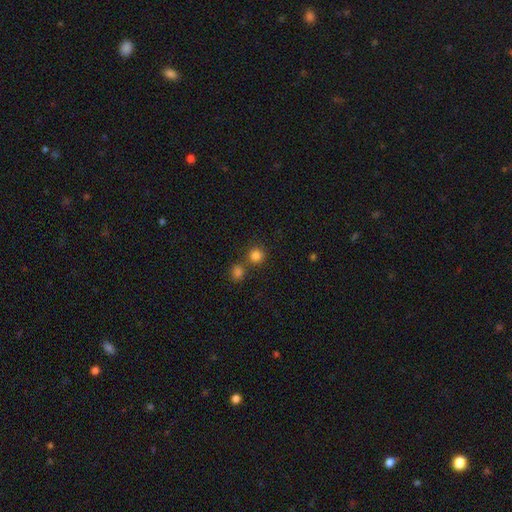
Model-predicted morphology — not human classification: smooth-or-featured: smooth: 82% | star or artifact: 13% | featured or disk: 5%
  how-rounded: round: 91% | in between: 8% | cigar-shaped: 1%
  merging: none: 68% | merger: 23% | minor disturbance: 7% | major disturbance: 3%